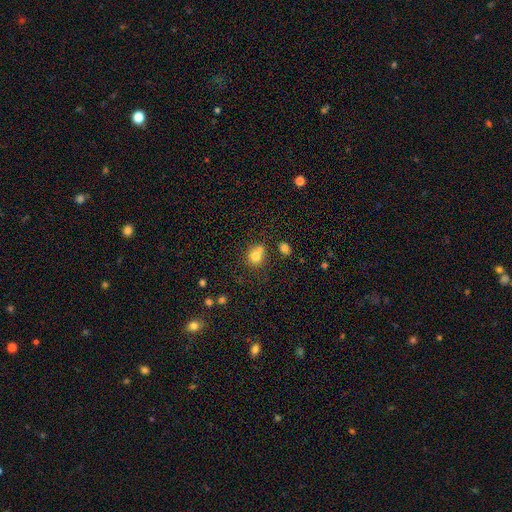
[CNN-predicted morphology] A smooth galaxy with no disk features (77%) that is round (75%).

Vote fractions:
- Smooth or featured? smooth: 77% / star or artifact: 12% / featured or disk: 11%
- How rounded? round: 75% / in between: 24% / cigar-shaped: 1%
- Merging? none: 47% / merger: 35% / minor disturbance: 13% / major disturbance: 5%